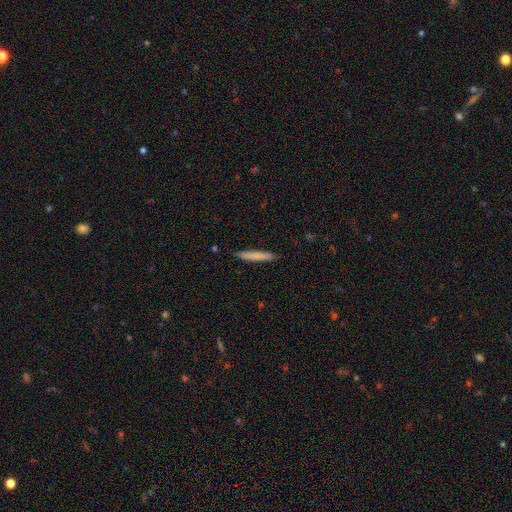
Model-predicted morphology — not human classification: This is likely a smooth galaxy (77%). How rounded: clearly cigar-shaped (95%). Merging: clearly none (89%).